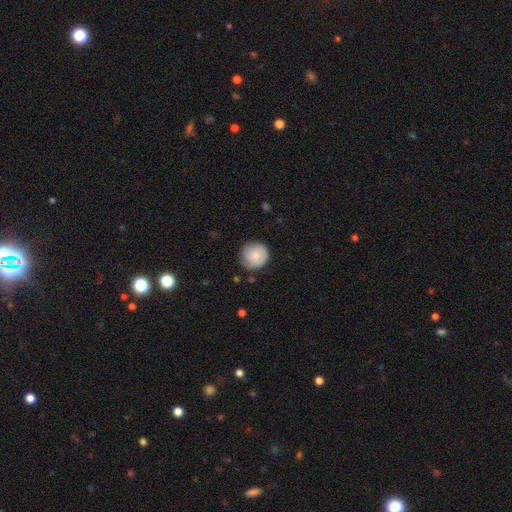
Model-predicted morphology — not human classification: smooth 82%, featured or disk 12%, star or artifact 7%. Down the decision tree: how rounded — round (94%); merging — none (78%).